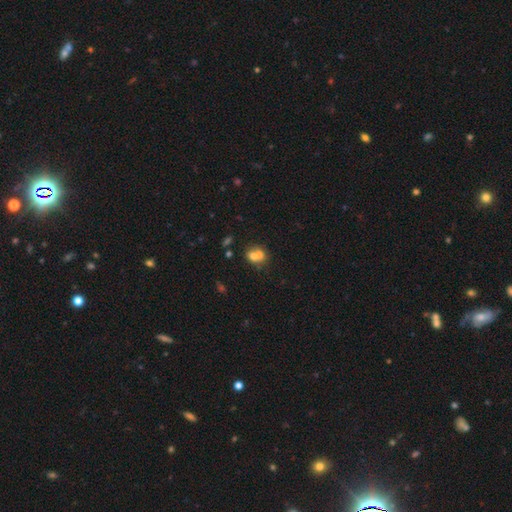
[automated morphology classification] Overall: smooth (65%). How rounded: round (63%; in between 36%). Merging: merger (63%; none 27%).